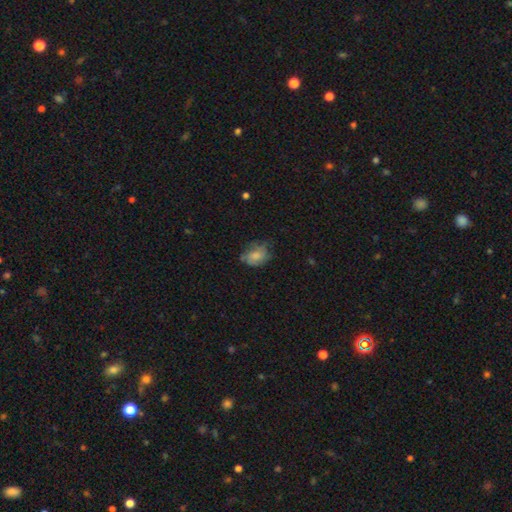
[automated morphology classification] Smooth or featured? smooth (62%)
How rounded? in between (68%)
Merging? none (51%)